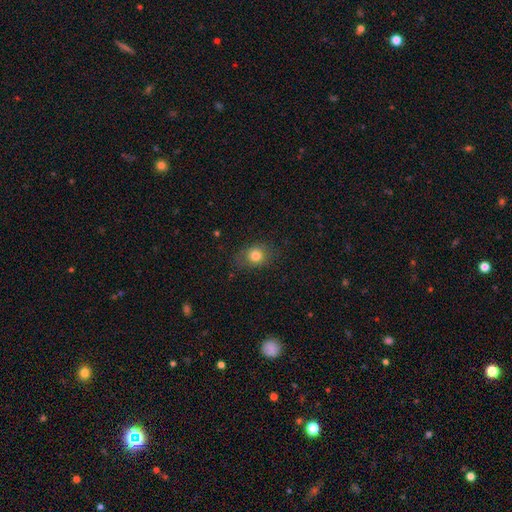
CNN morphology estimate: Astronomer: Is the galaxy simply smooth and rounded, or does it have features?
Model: smooth — 80%.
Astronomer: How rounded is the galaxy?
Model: round — 60% (runner-up: in between, 38%).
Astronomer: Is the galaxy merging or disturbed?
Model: none — 76%.